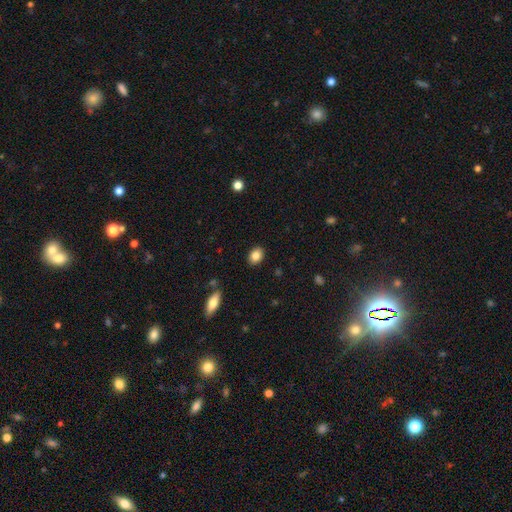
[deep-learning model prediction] Smooth or featured? Predicted: smooth (p=0.85). How rounded? Predicted: in between (p=0.68). Merging? Predicted: none (p=0.88).